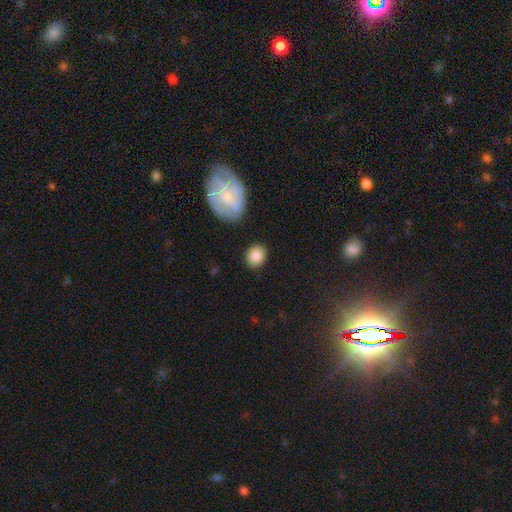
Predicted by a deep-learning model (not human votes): Morphology: type=smooth (85%); roundness=round (54%); merging=none (85%).